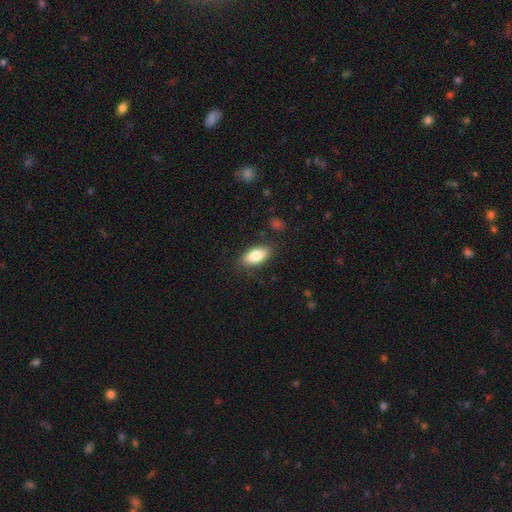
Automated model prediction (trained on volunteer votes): Q: Smooth or featured?
A: smooth (81%); runner-up: featured or disk (12%)
Q: How rounded?
A: in between (87%); runner-up: cigar-shaped (10%)
Q: Merging?
A: none (83%); runner-up: minor disturbance (12%)